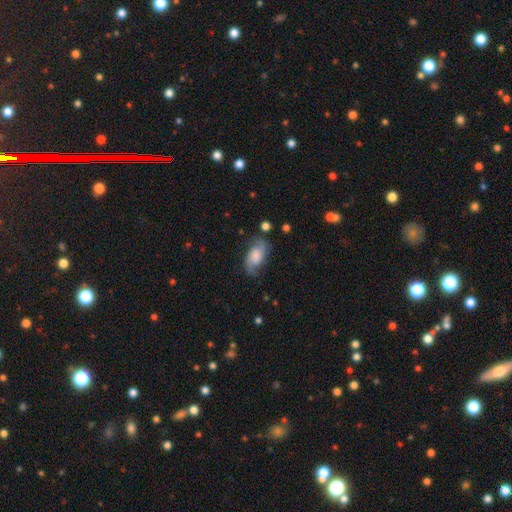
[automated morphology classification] smooth-or-featured: featured or disk: 64% | smooth: 28% | star or artifact: 8%
  disk-edge-on: no: 96% | yes: 4%
    bar: no: 61% | weak: 32% | strong: 8%
    has-spiral-arms: yes: 92% | no: 8%
      spiral-winding: medium: 43% | loose: 38% | tight: 19%
      spiral-arm-count: 2: 88% | can't tell: 6% | 1: 3% | 3: 1% | 4: 1% | more than 4: 1%
    bulge-size: large: 27% | moderate: 24% | none: 21% | small: 21% | dominant: 6%
  merging: none: 70% | minor disturbance: 19% | major disturbance: 9% | merger: 2%